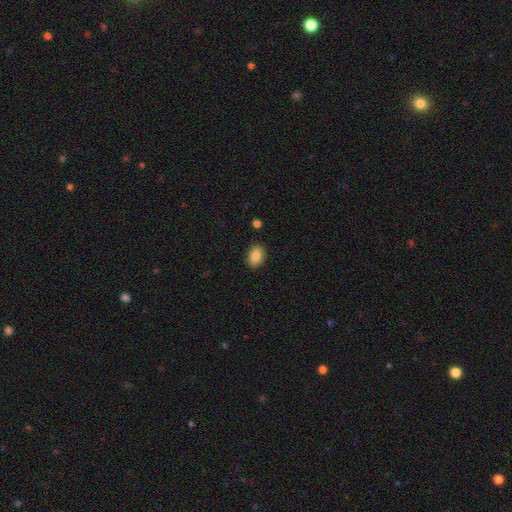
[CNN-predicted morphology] smooth_or_featured: smooth (p=0.85) [alt: star or artifact p=0.08]
how_rounded: in between (p=0.80) [alt: round p=0.18]
merging: none (p=0.89) [alt: minor disturbance p=0.08]